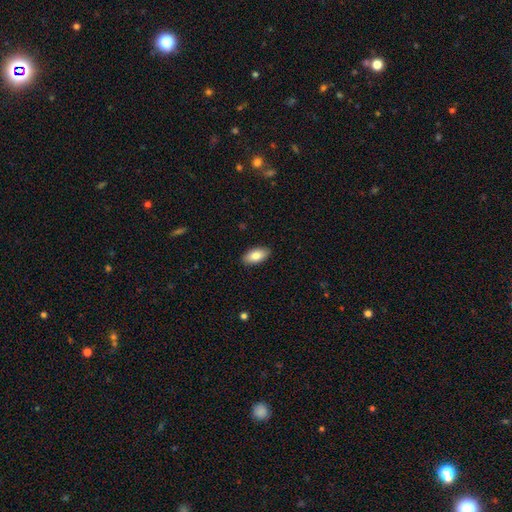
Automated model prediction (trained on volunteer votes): Morphology: type=smooth (85%); roundness=in between (93%); merging=none (89%).